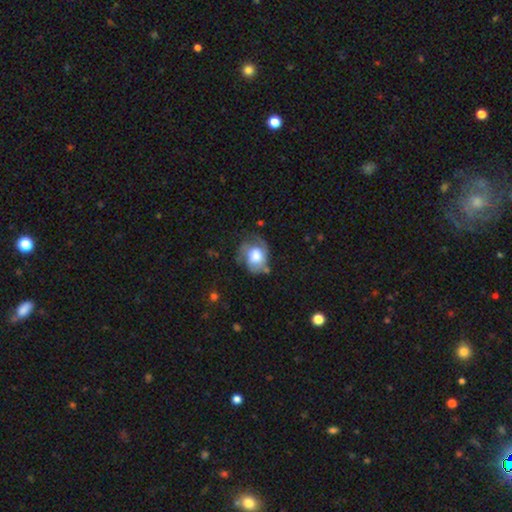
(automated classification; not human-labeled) A smooth galaxy with no disk features (53%) that is in between round and cigar-shaped (52%).

Vote fractions:
- Smooth or featured? smooth: 53% / featured or disk: 39% / star or artifact: 8%
- How rounded? in between: 52% / round: 47% / cigar-shaped: 1%
- Merging? none: 39% / minor disturbance: 32% / major disturbance: 26% / merger: 4%